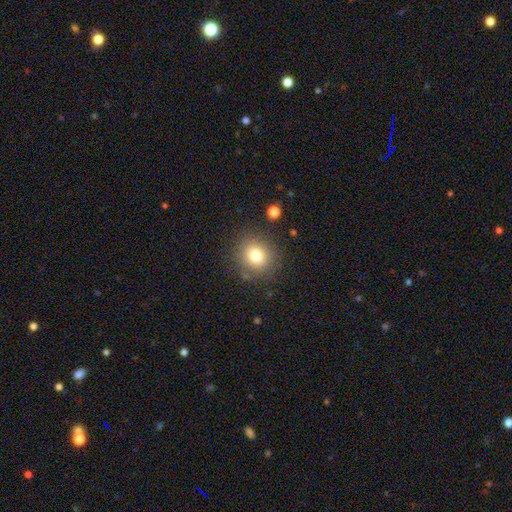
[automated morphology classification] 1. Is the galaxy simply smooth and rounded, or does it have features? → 78% smooth, 13% star or artifact, 9% featured or disk.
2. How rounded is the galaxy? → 86% round, 13% in between, 1% cigar-shaped.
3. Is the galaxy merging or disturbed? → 84% none, 9% minor disturbance, 4% major disturbance, 3% merger.